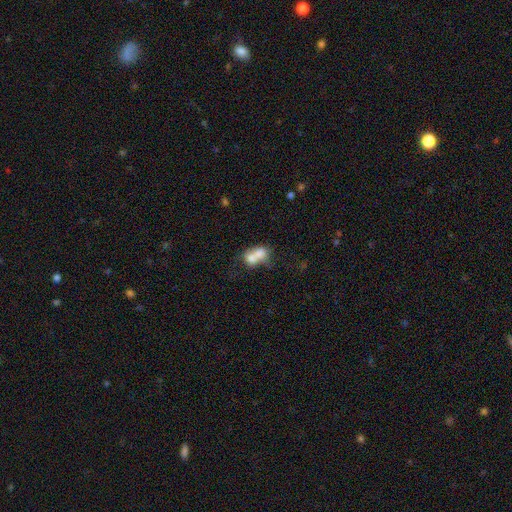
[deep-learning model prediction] Smooth or featured? smooth (67%)
How rounded? in between (67%)
Merging? merger (69%)